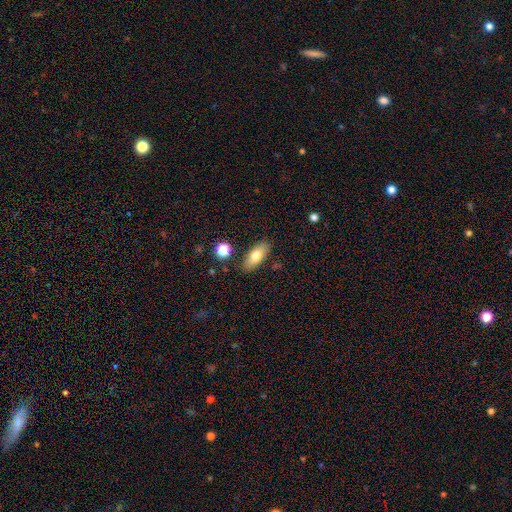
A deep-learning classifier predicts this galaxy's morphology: Overall: smooth (75%). How rounded: in between (80%). Merging: none (85%).